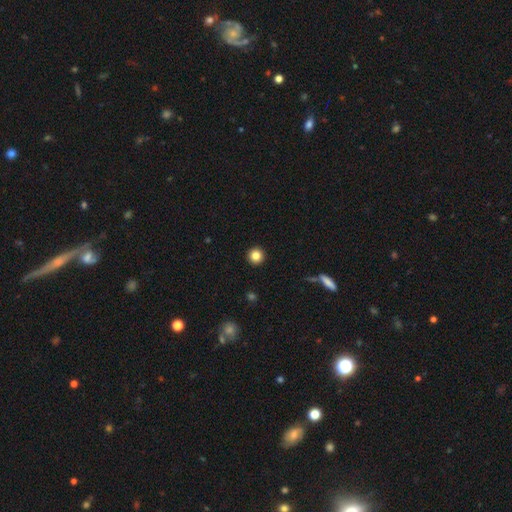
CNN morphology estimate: This is clearly a smooth galaxy (84%). How rounded: clearly round (96%). Merging: clearly none (93%).